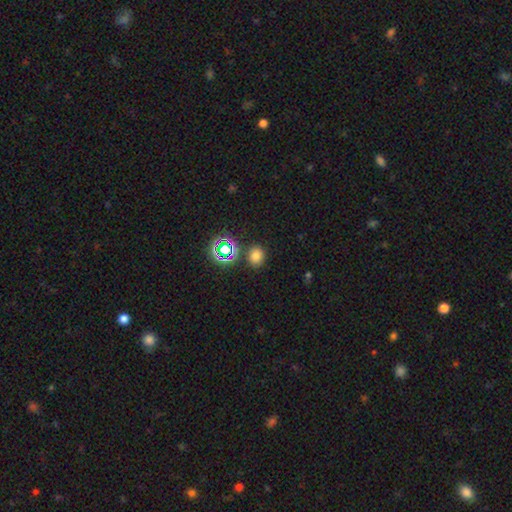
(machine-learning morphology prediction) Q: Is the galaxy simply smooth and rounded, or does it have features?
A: smooth — 71%.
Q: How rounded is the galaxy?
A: round — 62%.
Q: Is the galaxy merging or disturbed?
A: none — 83%.